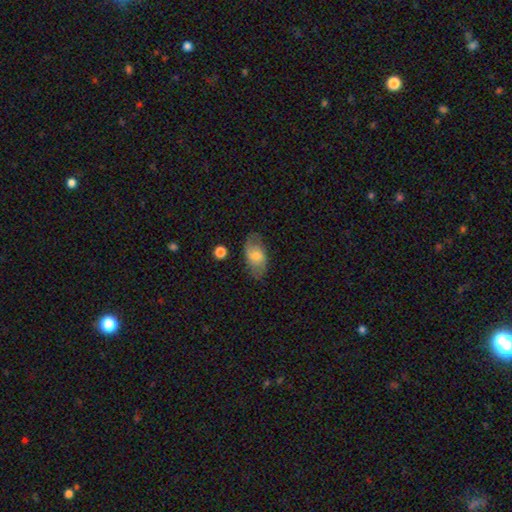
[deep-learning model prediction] smooth_or_featured: smooth (p=0.60) [alt: featured or disk p=0.33]
how_rounded: in between (p=0.90) [alt: round p=0.07]
merging: none (p=0.72) [alt: minor disturbance p=0.20]